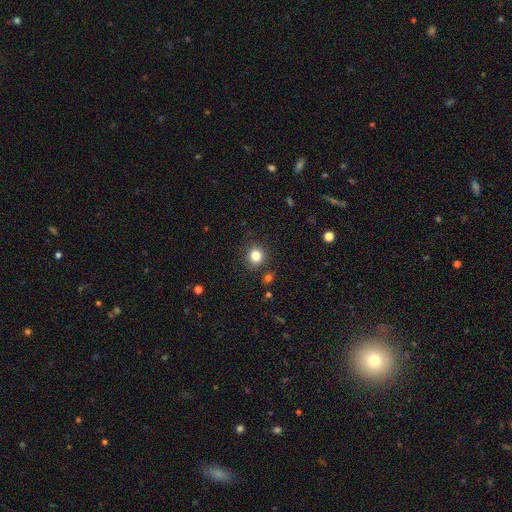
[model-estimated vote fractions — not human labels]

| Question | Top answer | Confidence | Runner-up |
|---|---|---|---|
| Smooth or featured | smooth | 82% | star or artifact (12%) |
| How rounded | round | 86% | in between (13%) |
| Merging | none | 88% | minor disturbance (7%) |